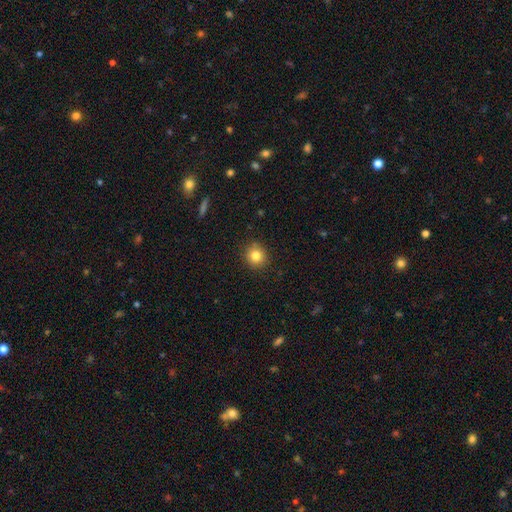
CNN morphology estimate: This appears to be a smooth galaxy with no disk features (82%) that is round (91%). Merging: none (90%).